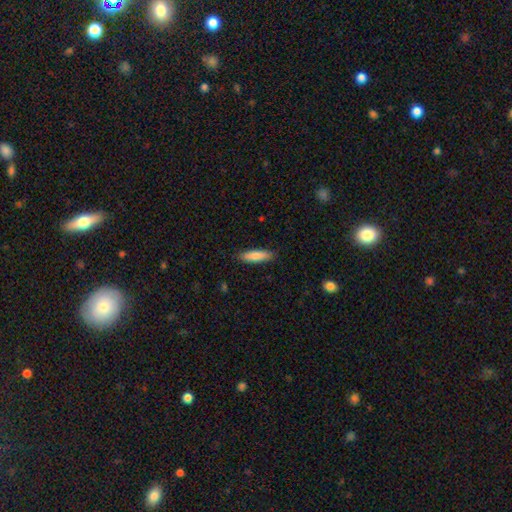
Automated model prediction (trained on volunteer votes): smooth-or-featured: smooth: 83% | featured or disk: 11% | star or artifact: 6%
  how-rounded: cigar-shaped: 62% | in between: 36% | round: 2%
  merging: none: 88% | minor disturbance: 9% | major disturbance: 2% | merger: 1%